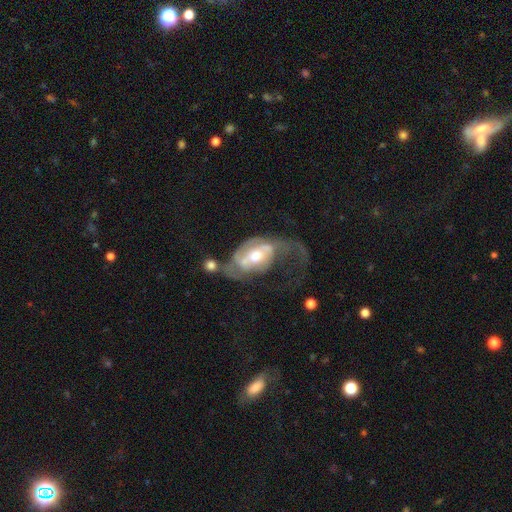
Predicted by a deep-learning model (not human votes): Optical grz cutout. It shows a featured or disk galaxy (75%) with no bar (52%), 2 (41%) loose (44%) spiral arms (77%) and a moderate central bulge (62%). Merging: major disturbance (50%).